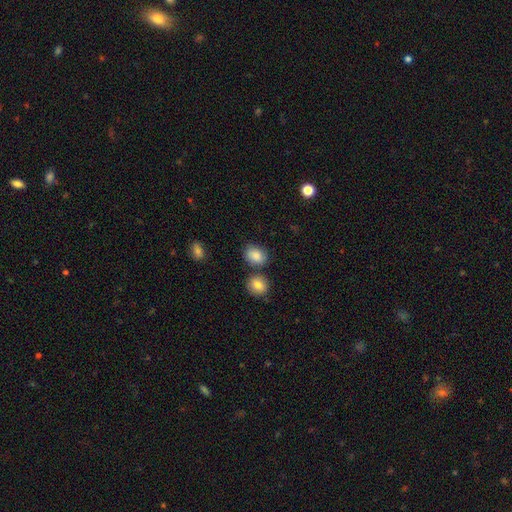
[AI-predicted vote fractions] Smooth or featured? Predicted: smooth (p=0.85). How rounded? Predicted: in between (p=0.63). Merging? Predicted: none (p=0.70).